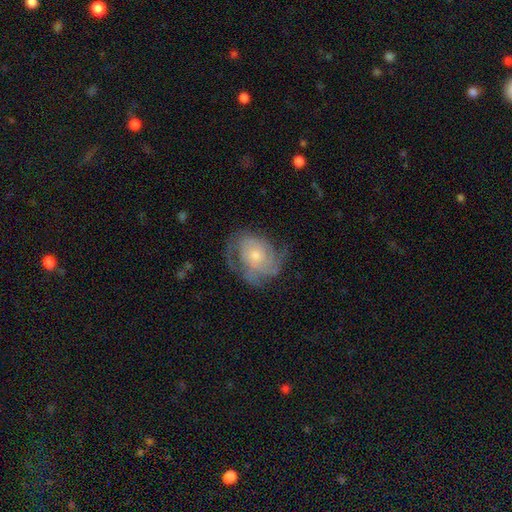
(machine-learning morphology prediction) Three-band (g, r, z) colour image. It shows a featured or disk galaxy (79%) with no bar (77%), tight (52%) spiral arms (92%) and a small central bulge (55%). Merging: none (62%).